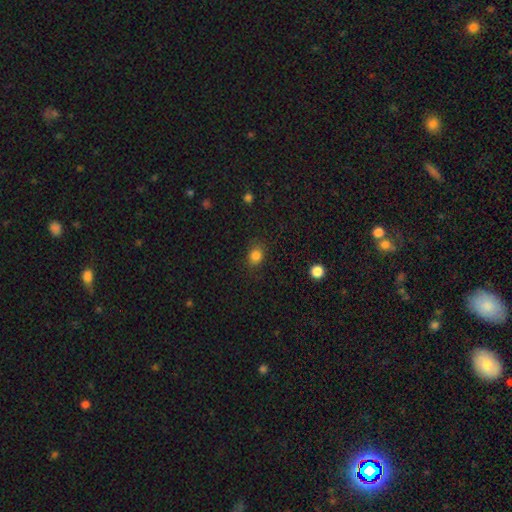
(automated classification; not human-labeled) Smooth or featured?
  - smooth: 83% *
  - star or artifact: 12%
  - featured or disk: 5%
How rounded?
  - round: 57% *
  - in between: 42%
  - cigar-shaped: 1%
Merging?
  - none: 83% *
  - minor disturbance: 12%
  - major disturbance: 4%
  - merger: 1%